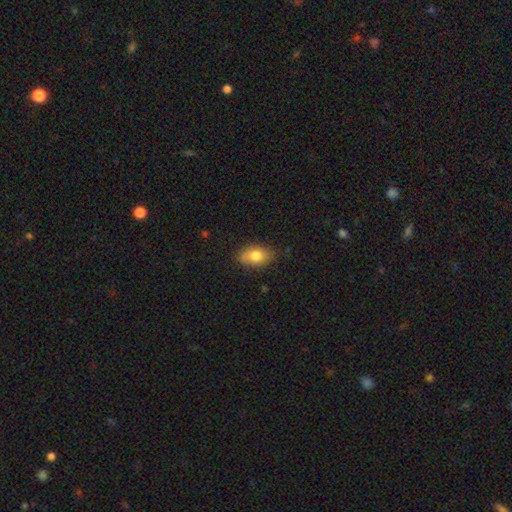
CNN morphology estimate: Smooth or featured: smooth — 76% (featured or disk — 16%)
How rounded: in between — 85% (round — 10%)
Merging: none — 78% (minor disturbance — 18%)